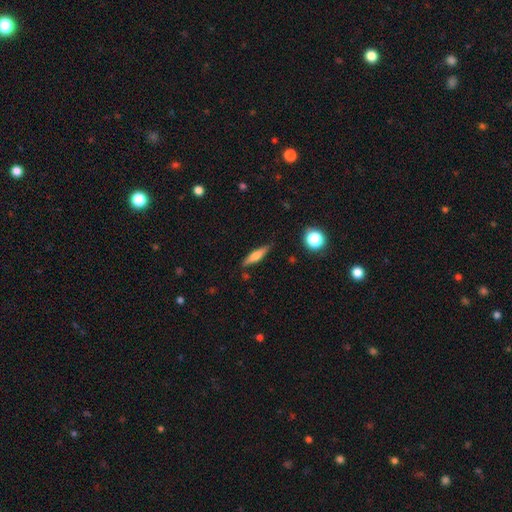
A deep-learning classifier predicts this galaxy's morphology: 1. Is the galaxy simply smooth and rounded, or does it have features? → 58% smooth, 35% featured or disk, 8% star or artifact.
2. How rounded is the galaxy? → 76% cigar-shaped, 21% in between, 3% round.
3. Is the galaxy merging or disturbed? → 83% none, 12% minor disturbance, 3% major disturbance, 2% merger.